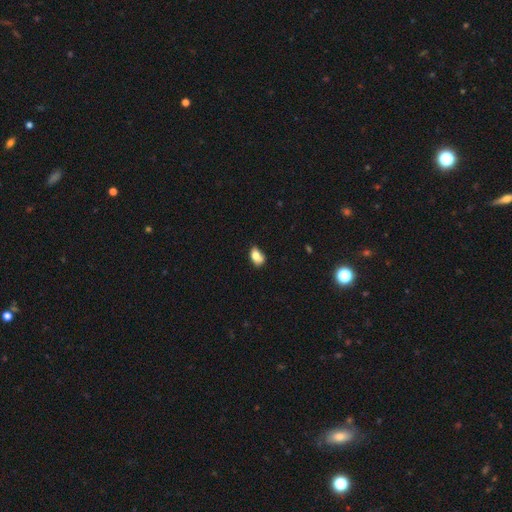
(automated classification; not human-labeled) Overall: smooth (75%). How rounded: in between (82%). Merging: none (45%; minor disturbance 32%).